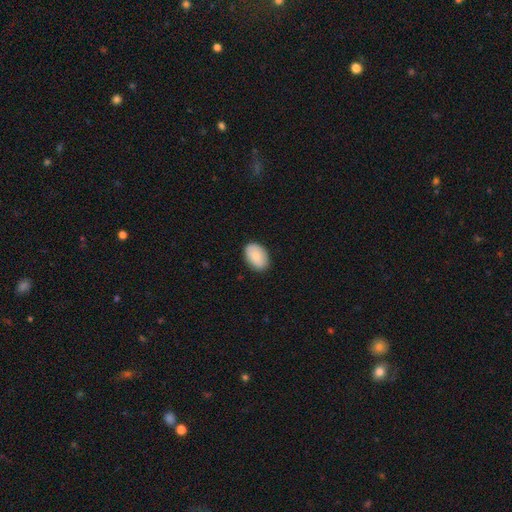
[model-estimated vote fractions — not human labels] Overall: smooth (85%). How rounded: in between (89%). Merging: none (85%).